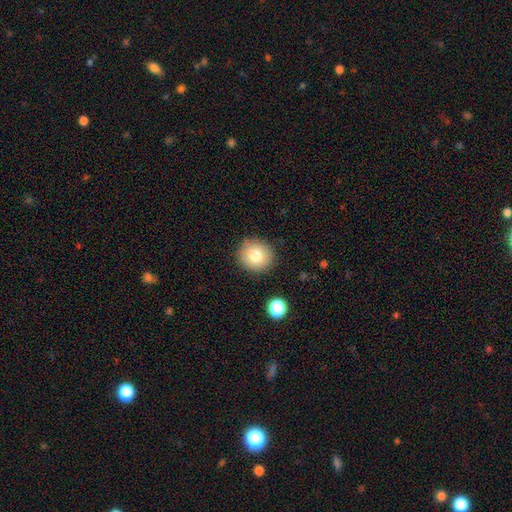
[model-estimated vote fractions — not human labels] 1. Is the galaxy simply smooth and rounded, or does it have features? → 78% smooth, 11% featured or disk, 11% star or artifact.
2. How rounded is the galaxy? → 91% round, 8% in between, 1% cigar-shaped.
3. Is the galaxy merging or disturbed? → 88% none, 8% minor disturbance, 2% major disturbance, 2% merger.